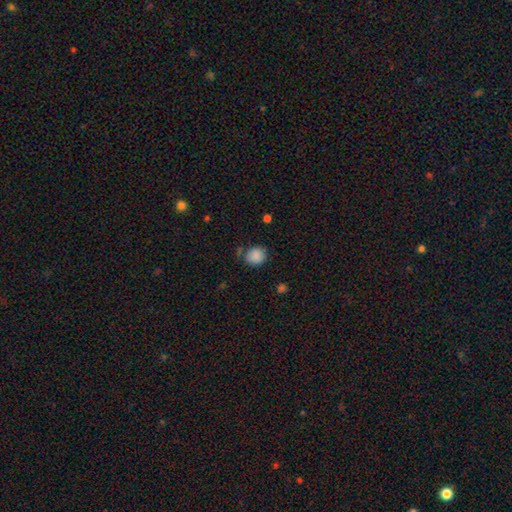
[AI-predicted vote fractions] smooth 87%, star or artifact 9%, featured or disk 4%. Down the decision tree: how rounded — round (73%); merging — none (73%).